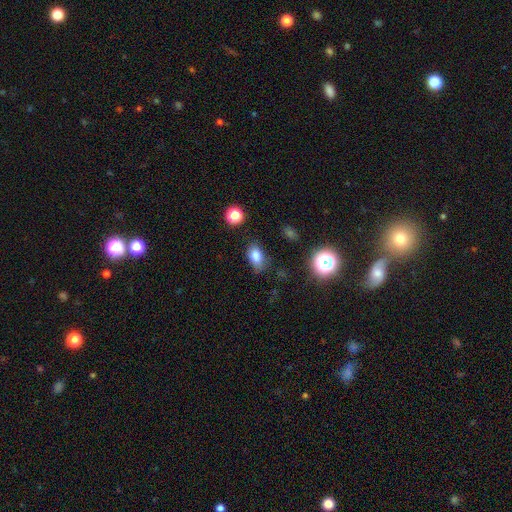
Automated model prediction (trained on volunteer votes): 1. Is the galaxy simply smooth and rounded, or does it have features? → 81% smooth, 12% star or artifact, 7% featured or disk.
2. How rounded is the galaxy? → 86% in between, 12% round, 2% cigar-shaped.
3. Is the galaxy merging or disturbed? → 71% none, 21% minor disturbance, 6% major disturbance, 2% merger.